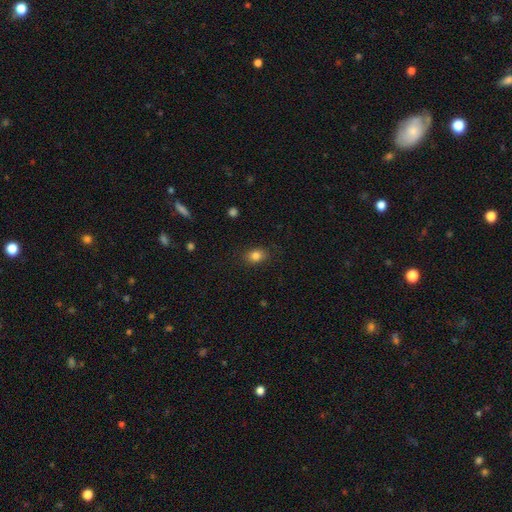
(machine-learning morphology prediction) The model was most divided on "how rounded": in between: 63%, round: 36%, cigar-shaped: 1%. More confident: merging — none (85%); smooth or featured — smooth (83%).